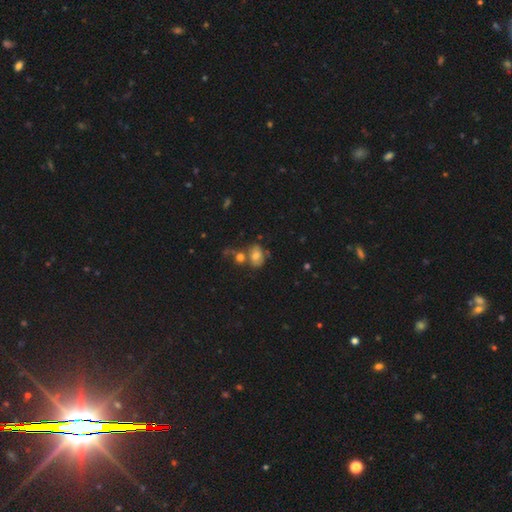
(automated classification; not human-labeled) Morphology: type=smooth (67%); roundness=in between (70%); merging=none (44%).